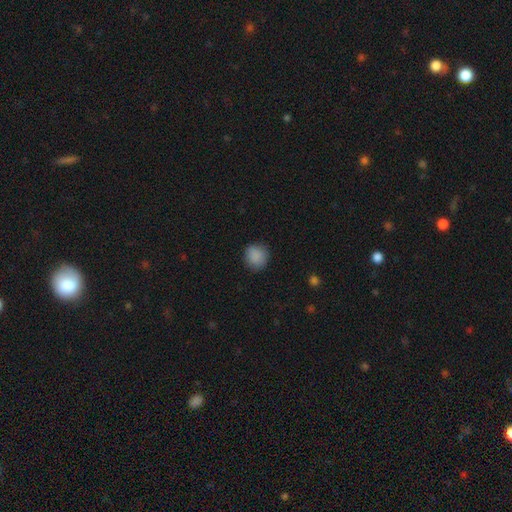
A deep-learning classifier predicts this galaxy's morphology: A smooth galaxy with no disk features (88%) that is round (87%).

Vote fractions:
- Smooth or featured? smooth: 88% / star or artifact: 9% / featured or disk: 3%
- How rounded? round: 87% / in between: 12% / cigar-shaped: 1%
- Merging? none: 86% / minor disturbance: 11% / major disturbance: 3% / merger: 1%